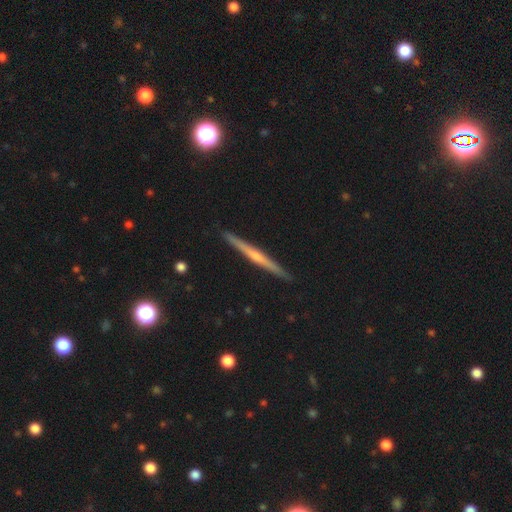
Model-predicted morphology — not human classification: This is likely a featured or disk galaxy (77%). It is clearly viewed edge-on (98%). Edge-on bulge: likely rounded (73%). Merging: clearly none (91%).